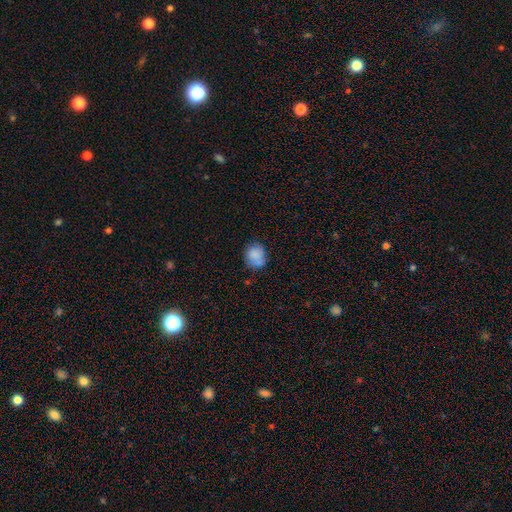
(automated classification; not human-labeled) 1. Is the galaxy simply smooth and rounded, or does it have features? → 81% smooth, 10% featured or disk, 9% star or artifact.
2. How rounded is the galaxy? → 69% round, 30% in between, 1% cigar-shaped.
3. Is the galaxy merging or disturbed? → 66% none, 24% minor disturbance, 6% major disturbance, 4% merger.